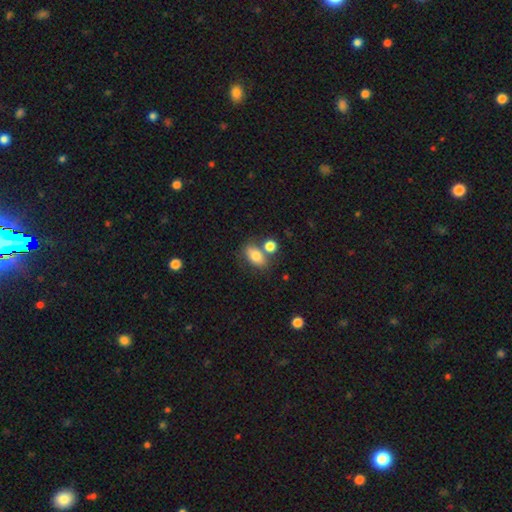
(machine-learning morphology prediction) This appears to be a smooth galaxy with no disk features (78%) that is in between round and cigar-shaped (82%). Merging: none (56%).